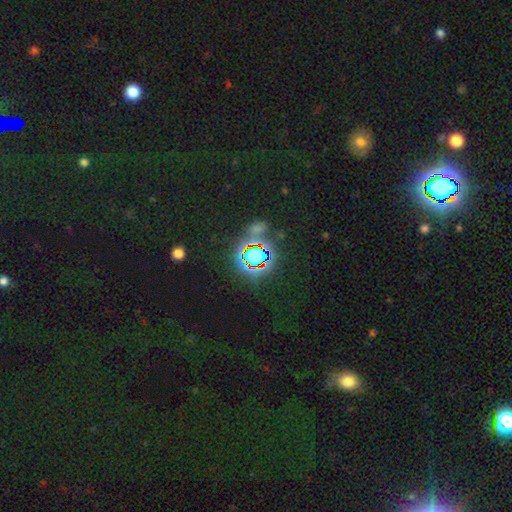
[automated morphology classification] Smooth or featured? Predicted: star or artifact (p=0.77).